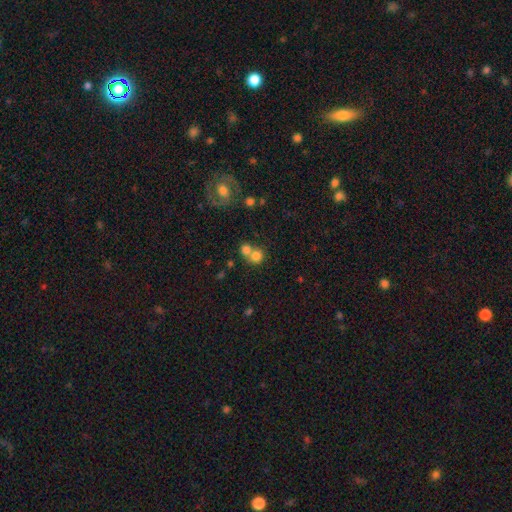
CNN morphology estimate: smooth-or-featured: smooth: 77% | star or artifact: 12% | featured or disk: 11%
  how-rounded: round: 81% | in between: 18% | cigar-shaped: 1%
  merging: merger: 50% | none: 40% | minor disturbance: 6% | major disturbance: 3%